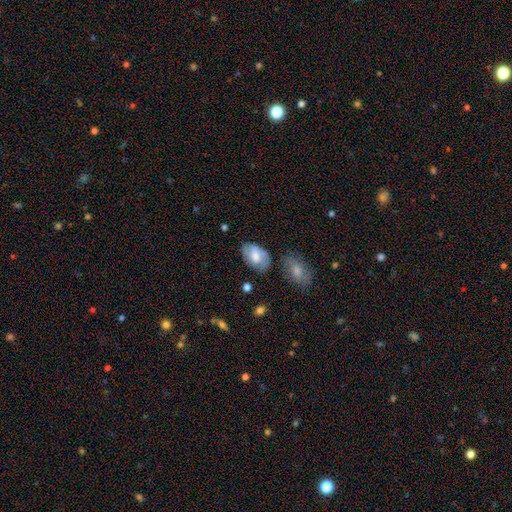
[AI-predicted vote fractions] The model was most divided on "smooth or featured": smooth: 60%, featured or disk: 32%, star or artifact: 7%. More confident: how rounded — in between (90%); merging — none (58%).